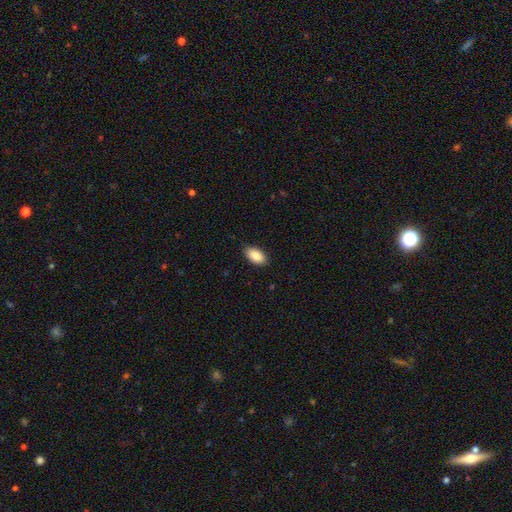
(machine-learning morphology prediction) A smooth galaxy with no disk features (89%) that is in between round and cigar-shaped (94%).

Vote fractions:
- Smooth or featured? smooth: 89% / star or artifact: 6% / featured or disk: 5%
- How rounded? in between: 94% / round: 3% / cigar-shaped: 3%
- Merging? none: 87% / minor disturbance: 10% / major disturbance: 2% / merger: 1%